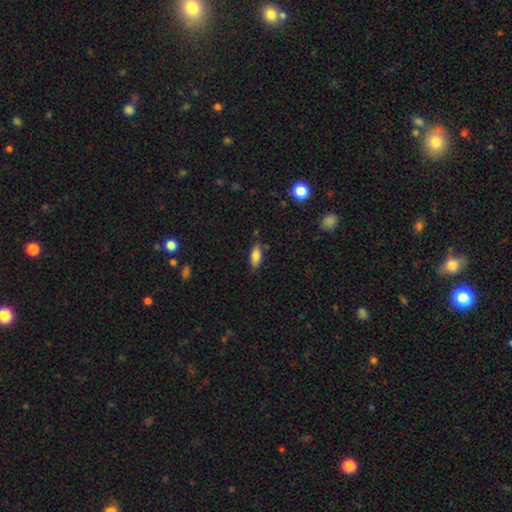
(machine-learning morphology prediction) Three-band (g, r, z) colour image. It shows a smooth galaxy with no disk features (80%) that is in between round and cigar-shaped (77%). Merging: none (76%).